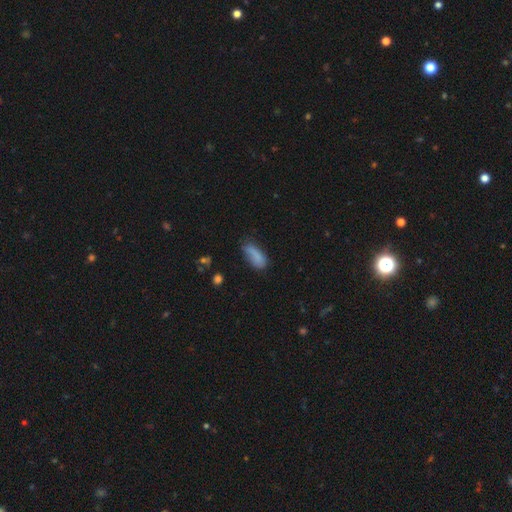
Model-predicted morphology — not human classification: Smooth or featured? Predicted: smooth (p=0.80). How rounded? Predicted: in between (p=0.77). Merging? Predicted: none (p=0.49).